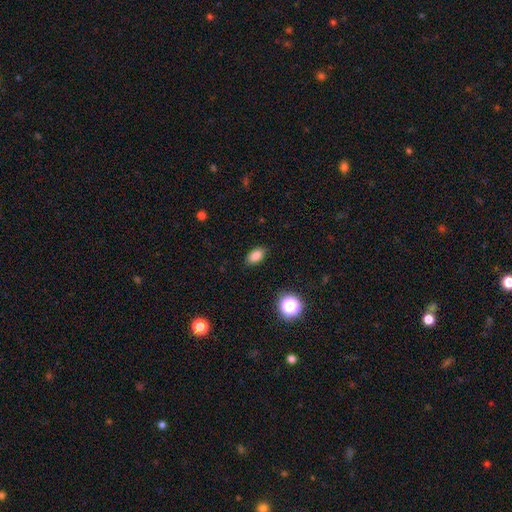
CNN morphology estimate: smooth 84%, star or artifact 11%, featured or disk 5%. Down the decision tree: how rounded — in between (88%); merging — none (87%).